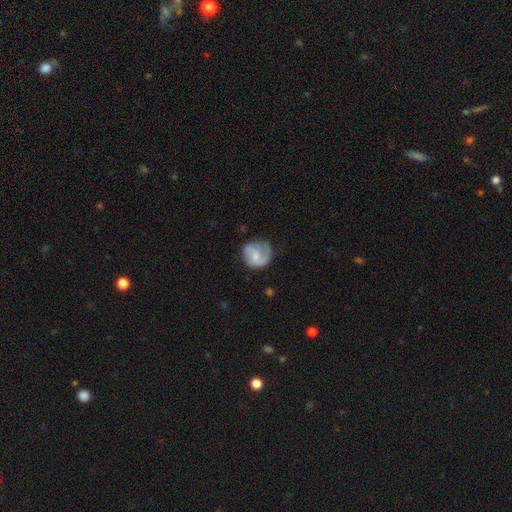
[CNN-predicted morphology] type=featured or disk (58%); edge-on=no (98%); bar=no (49%); spiral arms=yes (84%); bulge=small (48%); merging=none (56%).